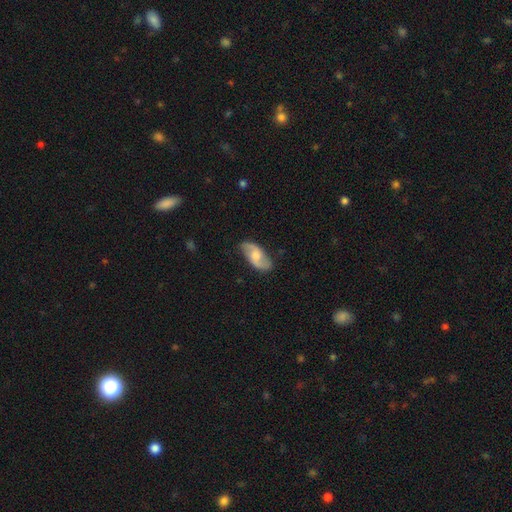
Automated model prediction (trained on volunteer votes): Smooth or featured?
  - featured or disk: 67% *
  - smooth: 28%
  - star or artifact: 6%
Edge-on disk?
  - no: 94% *
  - yes: 6%
Bar?
  - no: 53% *
  - weak: 39%
  - strong: 7%
Spiral arms?
  - yes: 91% *
  - no: 9%
Spiral winding?
  - loose: 52% *
  - medium: 36%
  - tight: 12%
Spiral arm count?
  - 2: 90% *
  - can't tell: 5%
  - 1: 2%
  - 3: 1%
  - 4: 1%
  - more than 4: 1%
Bulge size?
  - moderate: 58% *
  - small: 23%
  - large: 11%
  - none: 6%
  - dominant: 1%
Merging?
  - none: 80% *
  - minor disturbance: 15%
  - major disturbance: 4%
  - merger: 1%